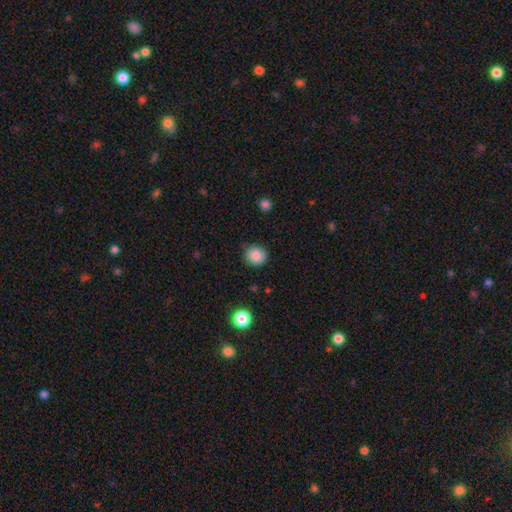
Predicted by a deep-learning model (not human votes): Smooth or featured? Predicted: smooth (p=0.87). How rounded? Predicted: round (p=0.88). Merging? Predicted: none (p=0.85).